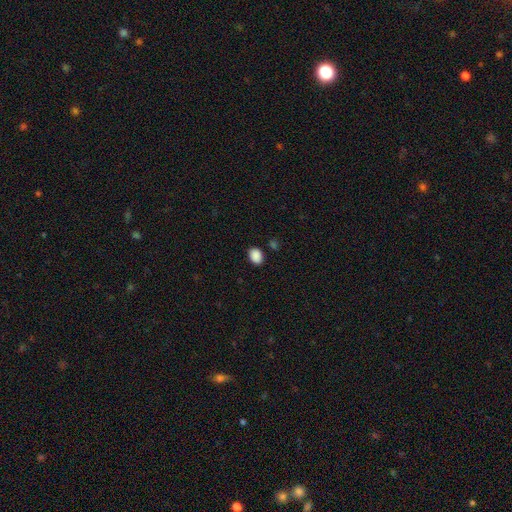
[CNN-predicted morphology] The model was most divided on "how rounded": in between: 70%, round: 29%, cigar-shaped: 1%. More confident: smooth or featured — smooth (89%); merging — none (84%).